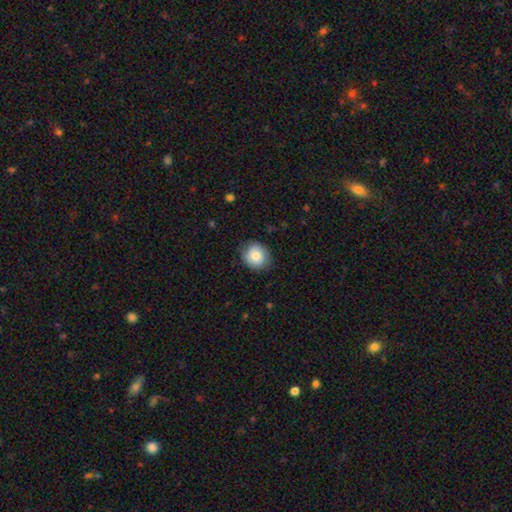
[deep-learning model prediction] smooth-or-featured: smooth: 79% | featured or disk: 13% | star or artifact: 8%
  how-rounded: round: 80% | in between: 19% | cigar-shaped: 1%
  merging: none: 81% | minor disturbance: 15% | major disturbance: 3% | merger: 1%